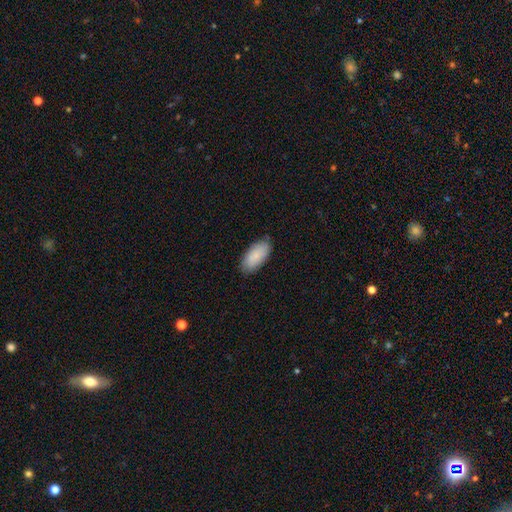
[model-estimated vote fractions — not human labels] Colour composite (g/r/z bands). It shows a smooth galaxy with no disk features (86%) that is in between round and cigar-shaped (93%). Merging: none (83%).